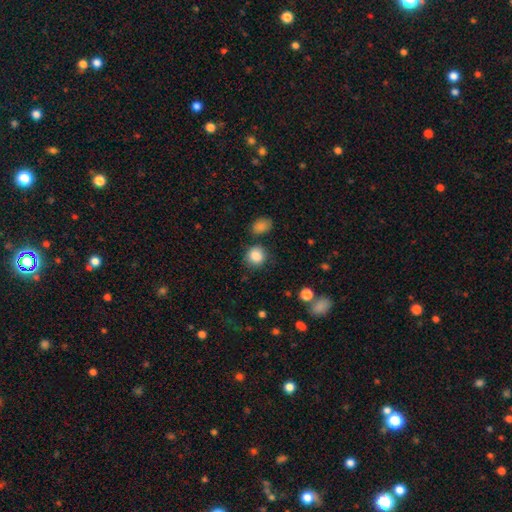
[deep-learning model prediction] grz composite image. It shows a smooth galaxy with no disk features (86%) that is round (81%). Merging: none (75%).